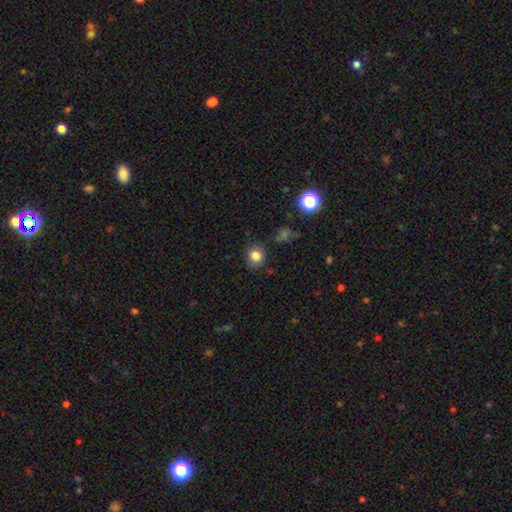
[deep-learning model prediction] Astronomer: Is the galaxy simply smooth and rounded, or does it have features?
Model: smooth — 82%.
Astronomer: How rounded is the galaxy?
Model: round — 79%.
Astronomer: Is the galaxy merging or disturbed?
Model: none — 84%.